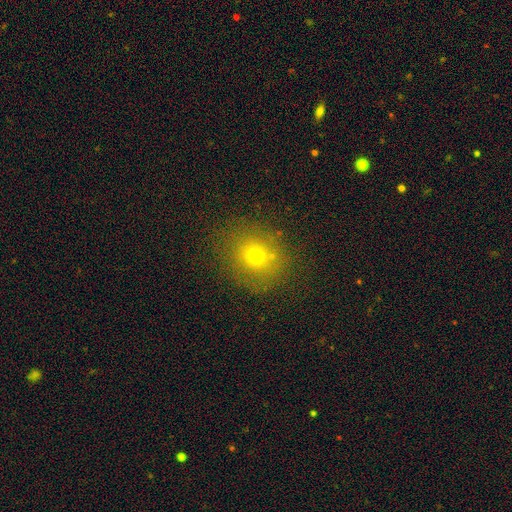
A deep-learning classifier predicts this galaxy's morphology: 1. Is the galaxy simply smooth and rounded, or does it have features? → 68% smooth, 19% star or artifact, 13% featured or disk.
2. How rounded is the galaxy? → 79% round, 20% in between, 1% cigar-shaped.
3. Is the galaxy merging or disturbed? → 81% none, 12% minor disturbance, 5% major disturbance, 2% merger.